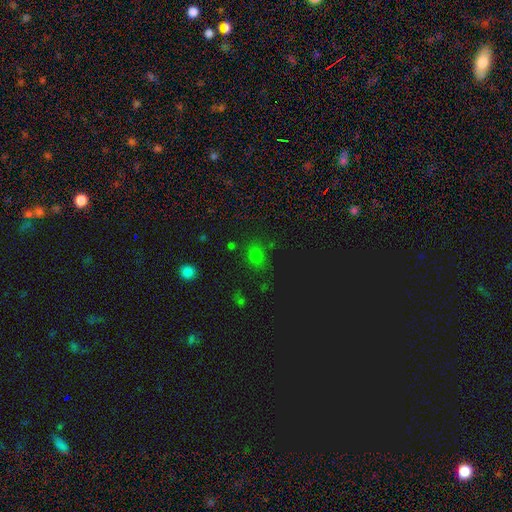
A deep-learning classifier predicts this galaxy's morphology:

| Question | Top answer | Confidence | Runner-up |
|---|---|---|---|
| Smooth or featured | smooth | 67% | star or artifact (27%) |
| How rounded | round | 70% | in between (29%) |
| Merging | none | 79% | minor disturbance (12%) |